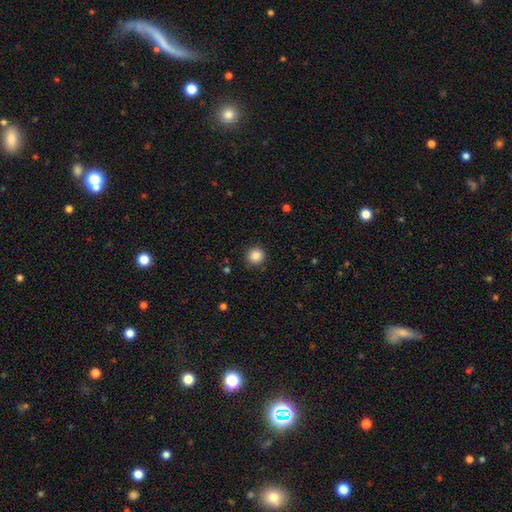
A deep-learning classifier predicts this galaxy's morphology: smooth 87%, star or artifact 10%, featured or disk 3%. Down the decision tree: how rounded — round (94%); merging — none (90%).